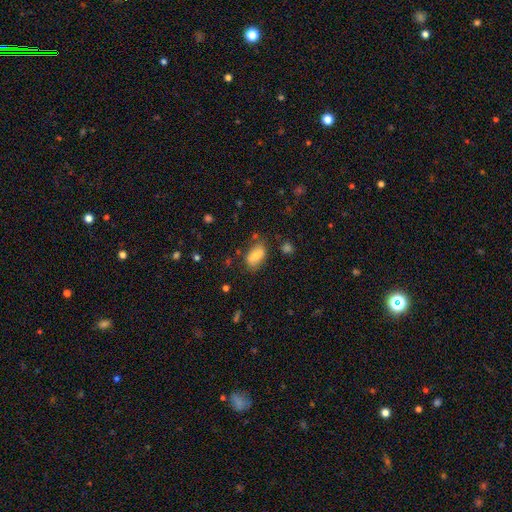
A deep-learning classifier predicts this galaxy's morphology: smooth 78%, featured or disk 14%, star or artifact 8%. Down the decision tree: how rounded — in between (90%); merging — none (72%).